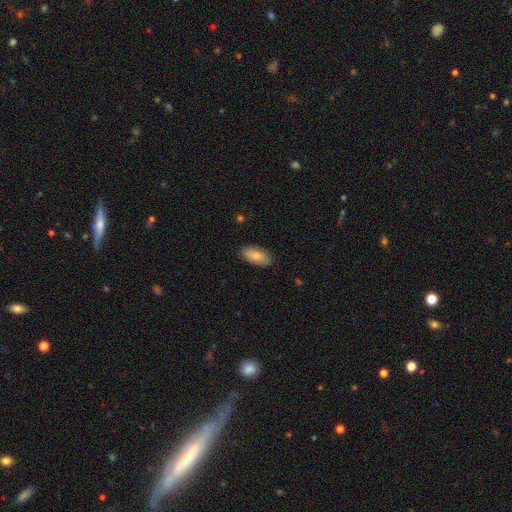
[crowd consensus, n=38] Smooth or featured: smooth — 68% (featured or disk — 24%)
How rounded: in between — 88% (cigar-shaped — 8%)
Merging: none — 91% (minor disturbance — 6%)